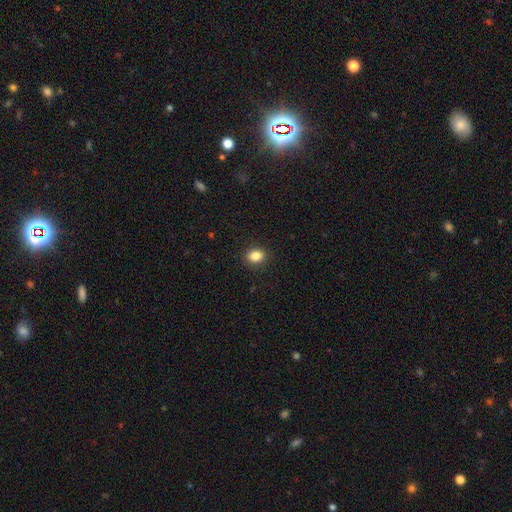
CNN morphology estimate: Smooth or featured: smooth — 85% (star or artifact — 10%)
How rounded: in between — 55% (round — 44%)
Merging: none — 90% (minor disturbance — 7%)